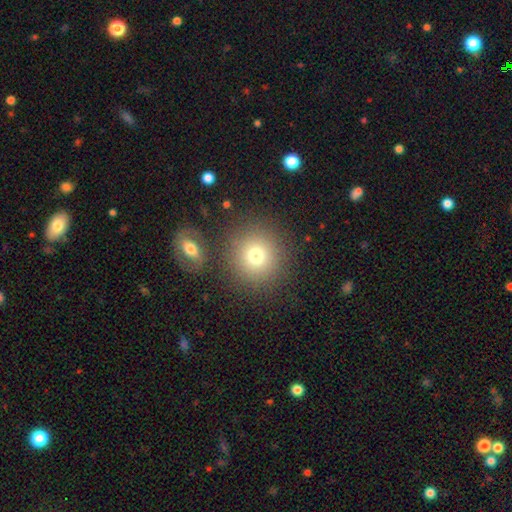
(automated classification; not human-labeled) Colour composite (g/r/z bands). It shows a smooth galaxy with no disk features (75%) that is round (92%). Merging: none (82%).